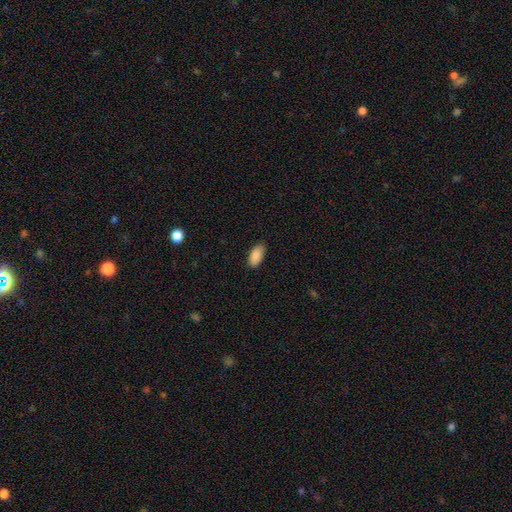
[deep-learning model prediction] A smooth galaxy with no disk features (89%) that is in between round and cigar-shaped (93%). Merging: none (86%).